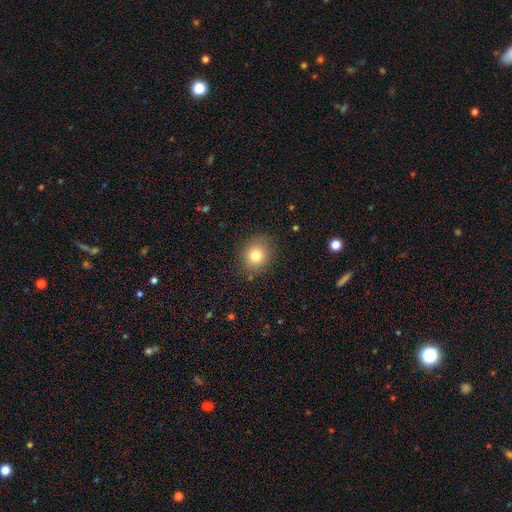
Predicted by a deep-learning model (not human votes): Q: Smooth or featured?
A: smooth (80%); runner-up: star or artifact (11%)
Q: How rounded?
A: round (74%); runner-up: in between (25%)
Q: Merging?
A: none (84%); runner-up: minor disturbance (11%)